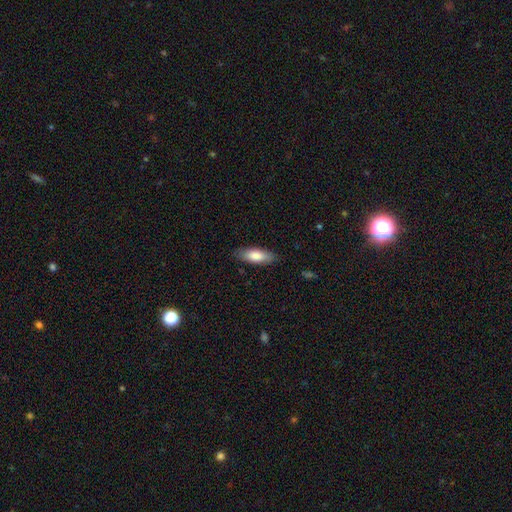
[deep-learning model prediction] Q: Smooth or featured?
A: smooth (80%); runner-up: featured or disk (14%)
Q: How rounded?
A: in between (68%); runner-up: cigar-shaped (30%)
Q: Merging?
A: none (85%); runner-up: minor disturbance (11%)